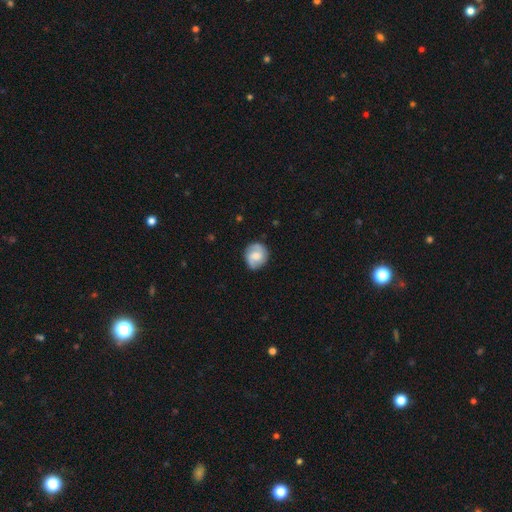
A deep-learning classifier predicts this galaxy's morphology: A featured or disk galaxy (48%). Merging: none (81%).